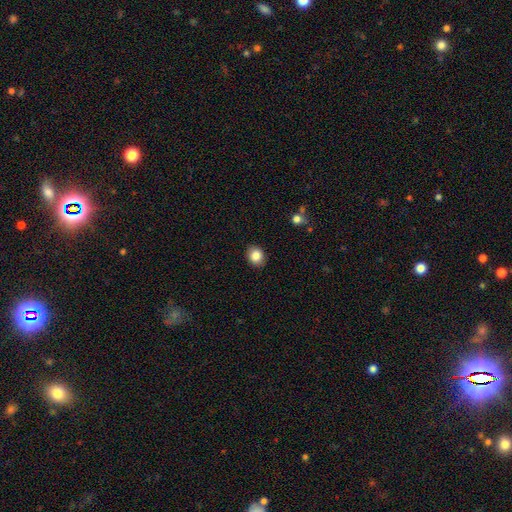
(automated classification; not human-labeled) A smooth galaxy with no disk features (85%) that is round (61%). Merging: none (90%).